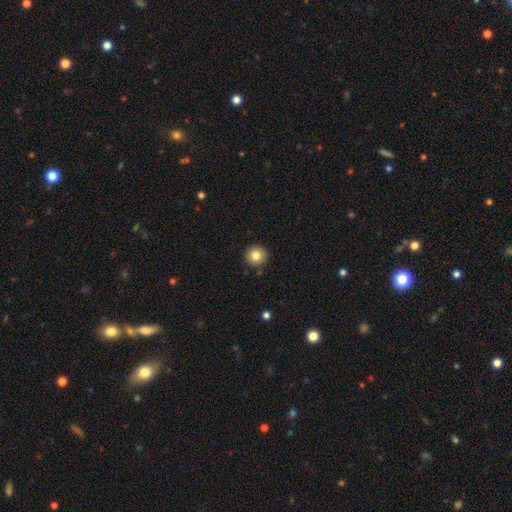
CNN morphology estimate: Overall: smooth (82%). How rounded: round (95%). Merging: none (91%).